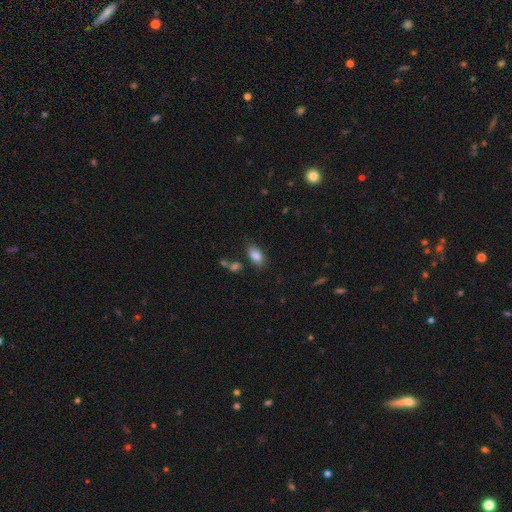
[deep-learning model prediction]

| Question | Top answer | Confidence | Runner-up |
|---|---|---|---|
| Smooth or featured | smooth | 84% | star or artifact (8%) |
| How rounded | in between | 90% | round (6%) |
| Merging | none | 76% | minor disturbance (14%) |